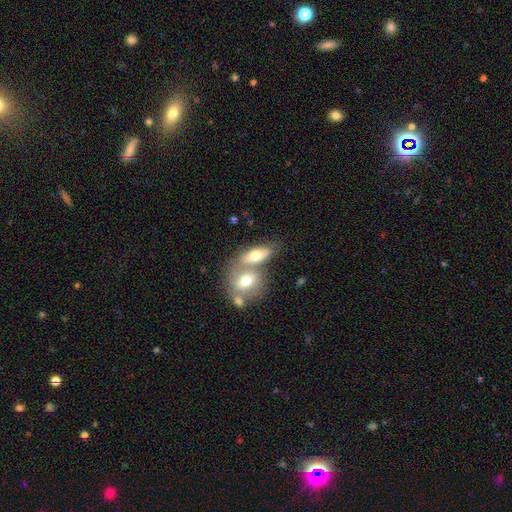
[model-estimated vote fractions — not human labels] Smooth or featured? Predicted: smooth (p=0.65). How rounded? Predicted: in between (p=0.78). Merging? Predicted: merger (p=0.55).